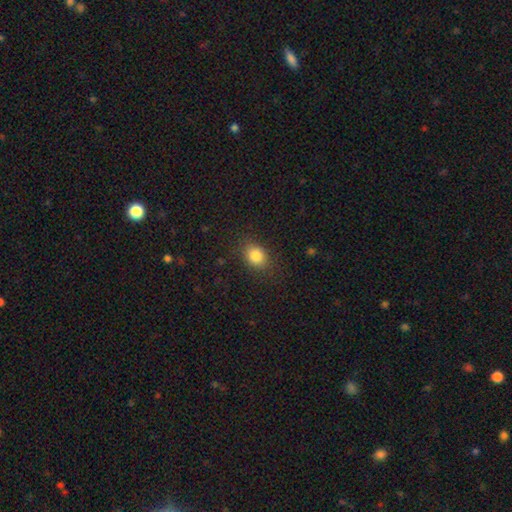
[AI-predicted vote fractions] A smooth galaxy with no disk features (84%) that is in between round and cigar-shaped (50%).

Vote fractions:
- Smooth or featured? smooth: 84% / star or artifact: 10% / featured or disk: 6%
- How rounded? in between: 50% / round: 49% / cigar-shaped: 1%
- Merging? none: 83% / minor disturbance: 12% / major disturbance: 4% / merger: 1%